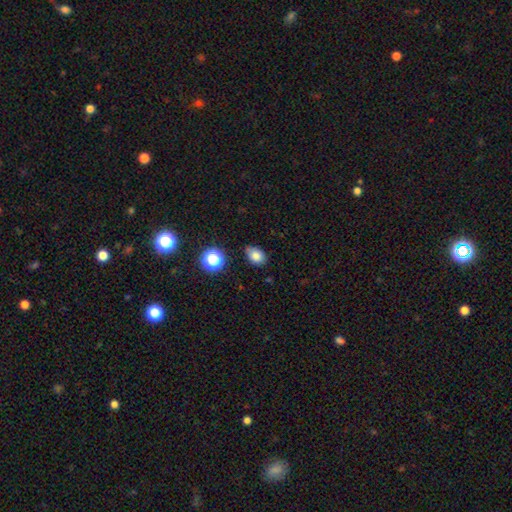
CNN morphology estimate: Smooth or featured? smooth (79%)
How rounded? in between (71%)
Merging? none (72%)